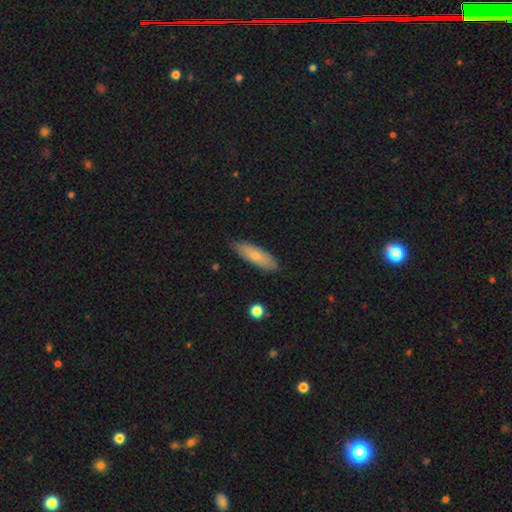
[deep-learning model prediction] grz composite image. It shows a smooth galaxy with no disk features (71%) that is cigar-shaped (49%, tied with in between). Merging: none (85%).